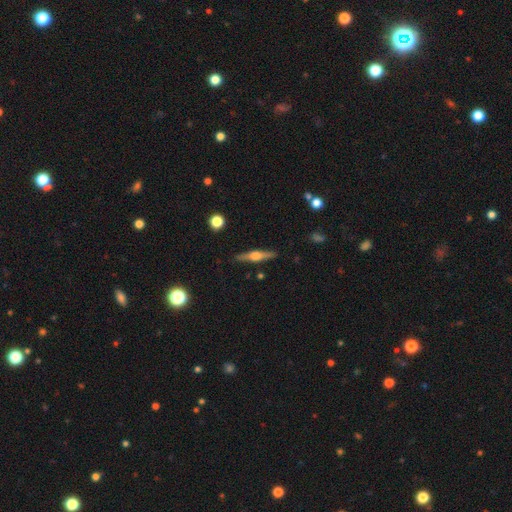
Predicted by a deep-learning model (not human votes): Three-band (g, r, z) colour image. It shows a featured or disk galaxy (73%) viewed edge-on (98%) with a rounded central bulge (88%). Merging: none (90%).